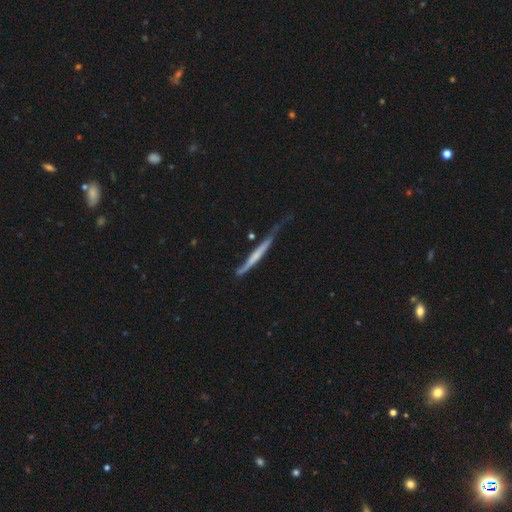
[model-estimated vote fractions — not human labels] smooth-or-featured: featured or disk: 54% | smooth: 41% | star or artifact: 6%
  disk-edge-on: yes: 91% | no: 9%
  merging: none: 45% | minor disturbance: 32% | major disturbance: 17% | merger: 5%